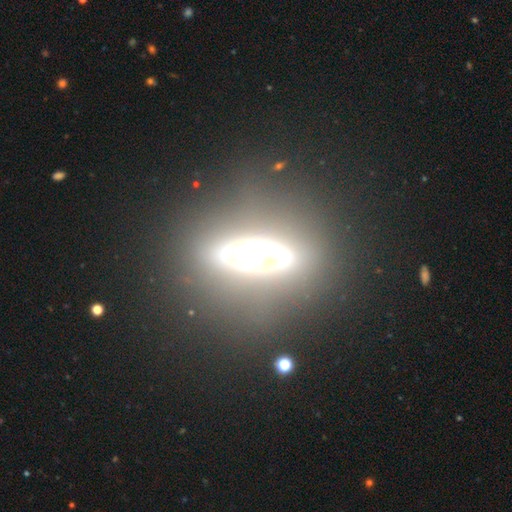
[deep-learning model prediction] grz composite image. It shows a featured or disk galaxy (62%) viewed edge-on (73%). Merging: none (78%).